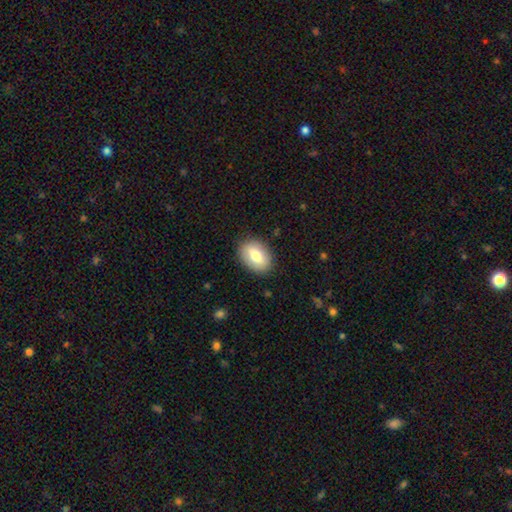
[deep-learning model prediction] smooth_or_featured: smooth (p=0.72) [alt: featured or disk p=0.22]
how_rounded: in between (p=0.83) [alt: round p=0.15]
merging: none (p=0.86) [alt: minor disturbance p=0.10]